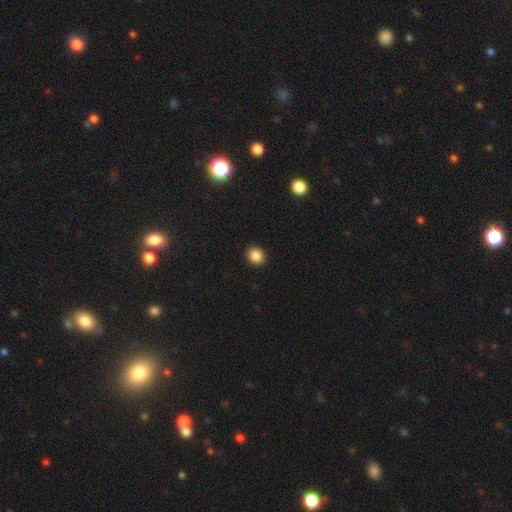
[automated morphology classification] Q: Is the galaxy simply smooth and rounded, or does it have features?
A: smooth — 87%.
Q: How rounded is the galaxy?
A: round — 77%.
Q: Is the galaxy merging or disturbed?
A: none — 93%.